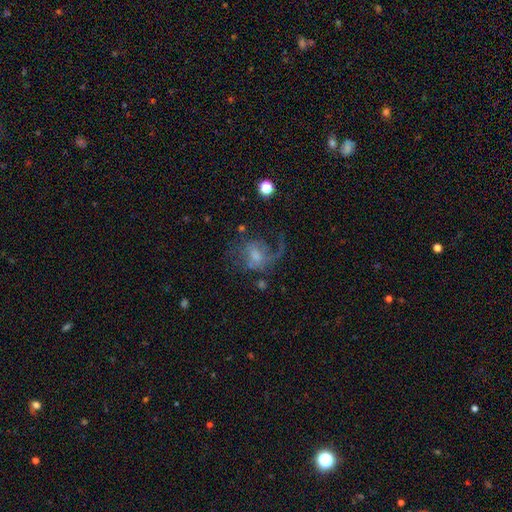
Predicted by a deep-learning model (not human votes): This appears to be a featured or disk galaxy (66%) with no bar (54%), 1 (58%) loose (53%) spiral arms (82%) and a small central bulge (42%). Merging: none (42%).